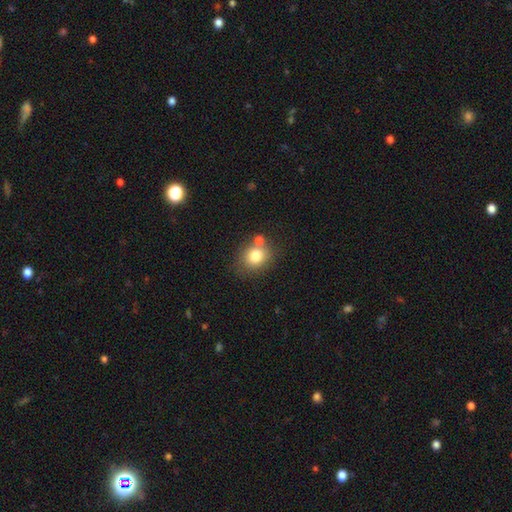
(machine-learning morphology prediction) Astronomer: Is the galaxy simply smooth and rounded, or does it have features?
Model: smooth — 79%.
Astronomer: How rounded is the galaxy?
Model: round — 65%.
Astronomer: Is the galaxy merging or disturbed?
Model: none — 63%.